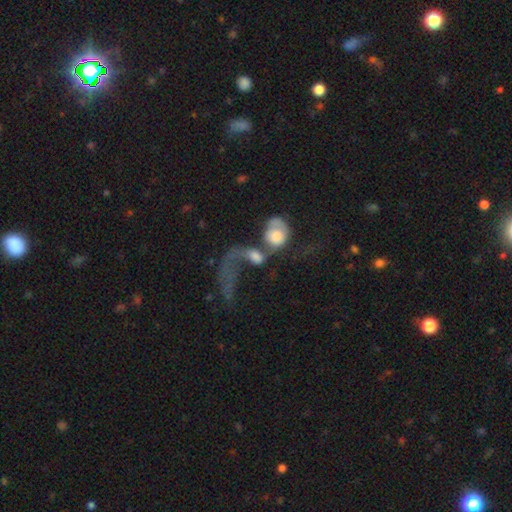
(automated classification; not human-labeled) A smooth galaxy with no disk features (45%, tied with featured or disk).

Vote fractions:
- Smooth or featured? smooth: 45% (tied) / featured or disk: 45% (tied) / star or artifact: 10%
- Merging? merger: 57% / major disturbance: 28% / none: 10% / minor disturbance: 6%